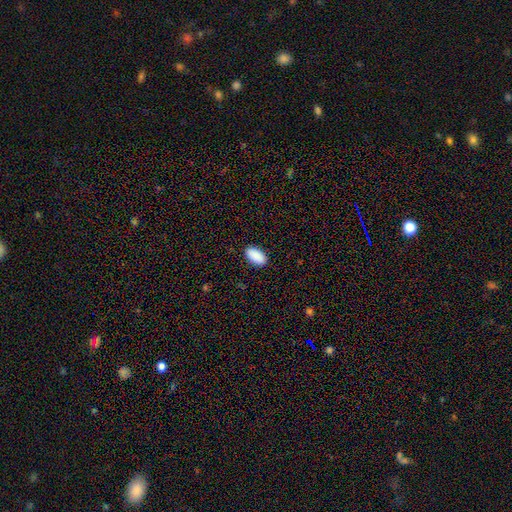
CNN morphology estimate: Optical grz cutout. It shows a smooth galaxy with no disk features (91%) that is in between round and cigar-shaped (95%). Merging: none (89%).